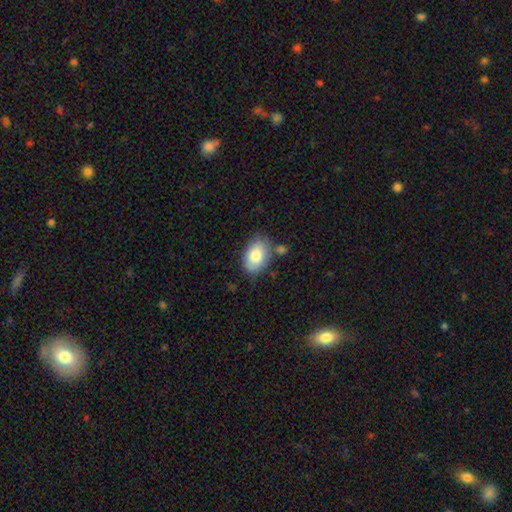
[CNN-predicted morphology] Q: Smooth or featured?
A: smooth (81%); runner-up: featured or disk (13%)
Q: How rounded?
A: in between (88%); runner-up: round (10%)
Q: Merging?
A: none (73%); runner-up: minor disturbance (16%)